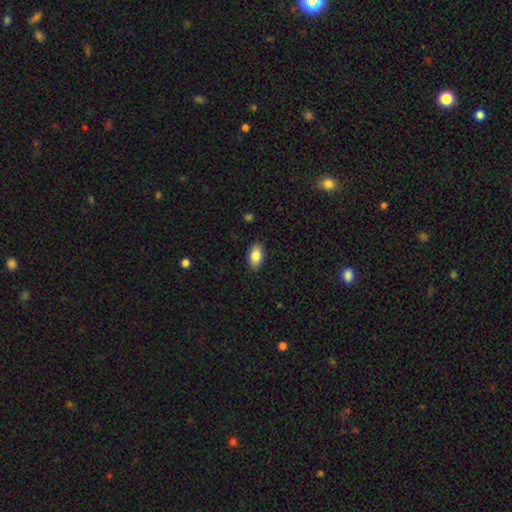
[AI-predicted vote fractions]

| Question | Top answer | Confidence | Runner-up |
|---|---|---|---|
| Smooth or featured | smooth | 86% | featured or disk (7%) |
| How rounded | in between | 93% | round (5%) |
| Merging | none | 89% | minor disturbance (8%) |